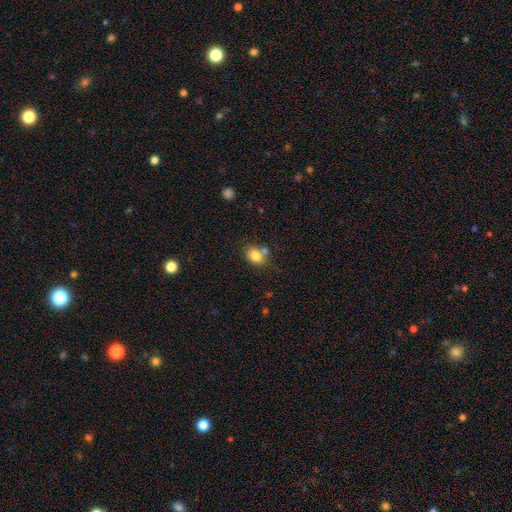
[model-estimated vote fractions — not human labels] This appears to be a smooth galaxy with no disk features (81%) that is in between round and cigar-shaped (71%). Merging: none (58%).